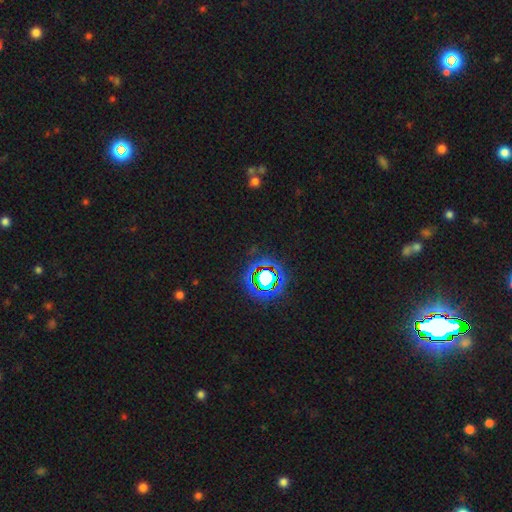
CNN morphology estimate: Smooth or featured? Predicted: star or artifact (p=0.78).